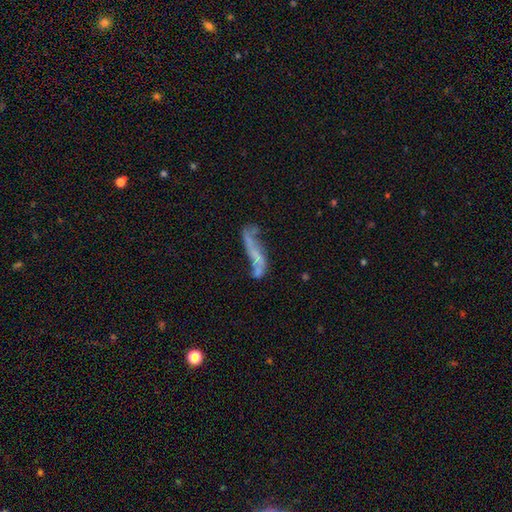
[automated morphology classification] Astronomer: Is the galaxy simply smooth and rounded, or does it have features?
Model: featured or disk — 60%.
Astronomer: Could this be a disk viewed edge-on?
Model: no — 74%.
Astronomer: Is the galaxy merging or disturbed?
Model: none — 37% (runner-up: minor disturbance, 22%).